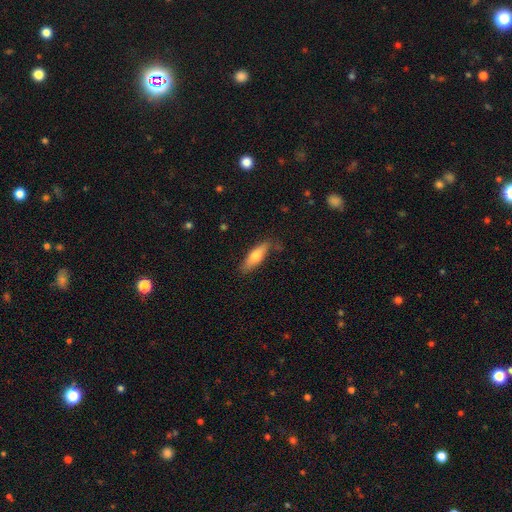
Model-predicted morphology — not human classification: smooth_or_featured: smooth (p=0.71) [alt: featured or disk p=0.24]
how_rounded: in between (p=0.51) [alt: cigar-shaped p=0.47]
merging: none (p=0.77) [alt: minor disturbance p=0.18]